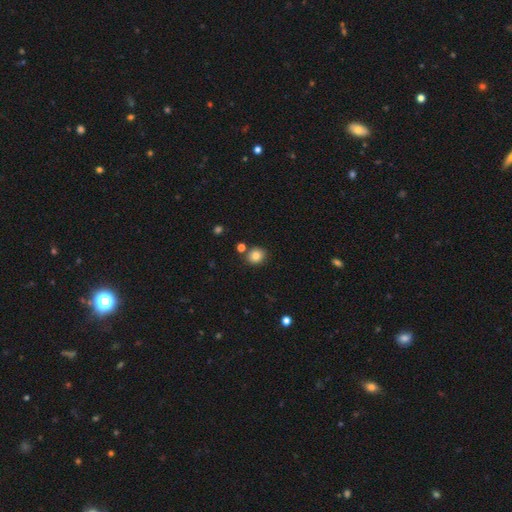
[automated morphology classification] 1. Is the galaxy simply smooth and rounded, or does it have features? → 82% smooth, 11% star or artifact, 7% featured or disk.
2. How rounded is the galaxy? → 80% round, 19% in between, 1% cigar-shaped.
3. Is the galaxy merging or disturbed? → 82% none, 8% minor disturbance, 8% merger, 2% major disturbance.